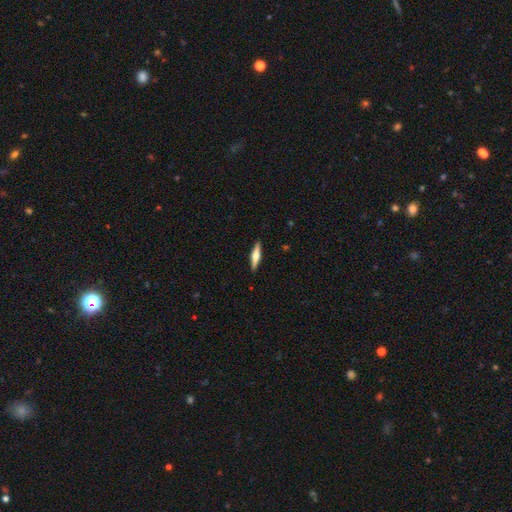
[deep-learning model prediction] Smooth or featured: featured or disk — 59% (smooth — 36%)
Edge-on disk: yes — 97% (no — 3%)
Edge-on bulge: rounded — 90% (boxy — 7%)
Merging: none — 90% (minor disturbance — 7%)